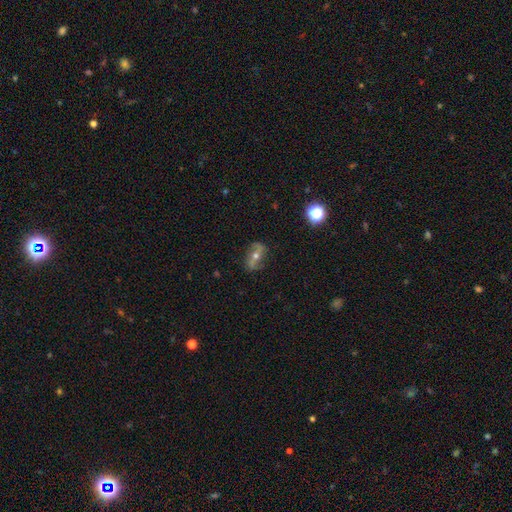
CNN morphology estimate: This is likely a featured or disk galaxy (65%). It is clearly not viewed edge-on (87%). Bar: marginally no (40%). Spiral arm pattern: likely yes (76%). Central bulge: likely moderate (65%). Merging: likely none (79%).